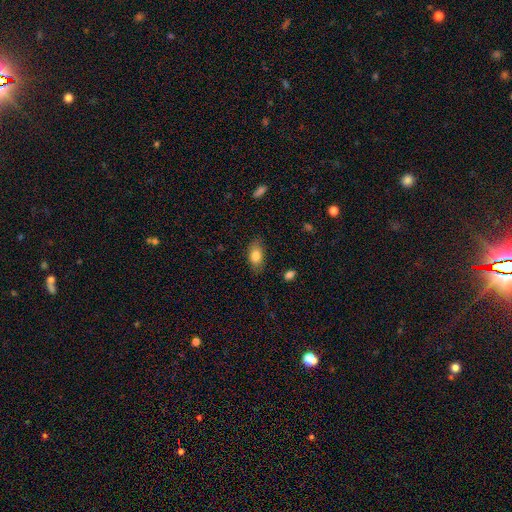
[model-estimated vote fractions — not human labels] A smooth galaxy with no disk features (81%) that is in between round and cigar-shaped (90%).

Vote fractions:
- Smooth or featured? smooth: 81% / featured or disk: 12% / star or artifact: 7%
- How rounded? in between: 90% / round: 6% / cigar-shaped: 4%
- Merging? none: 81% / minor disturbance: 14% / major disturbance: 3% / merger: 1%